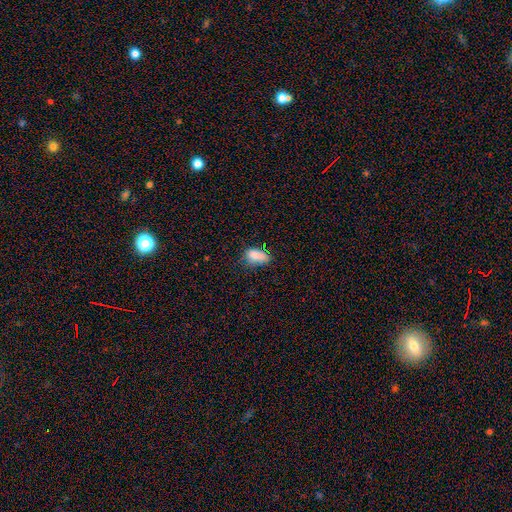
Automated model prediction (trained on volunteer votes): This is clearly a smooth galaxy (84%). How rounded: clearly in between (88%). Merging: possibly none (55%).